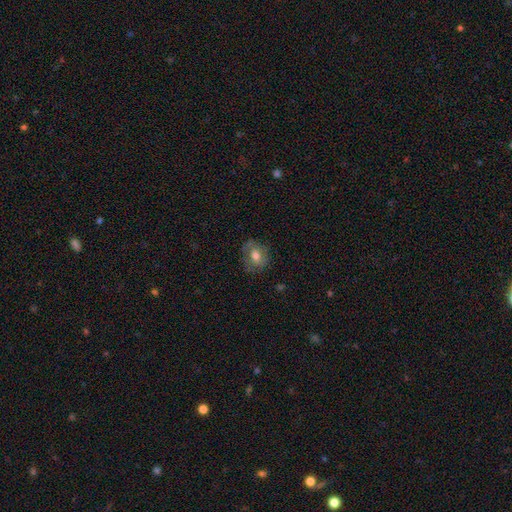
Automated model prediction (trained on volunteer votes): Smooth or featured: smooth — 63% (featured or disk — 29%)
How rounded: round — 57% (in between — 41%)
Merging: none — 71% (minor disturbance — 20%)